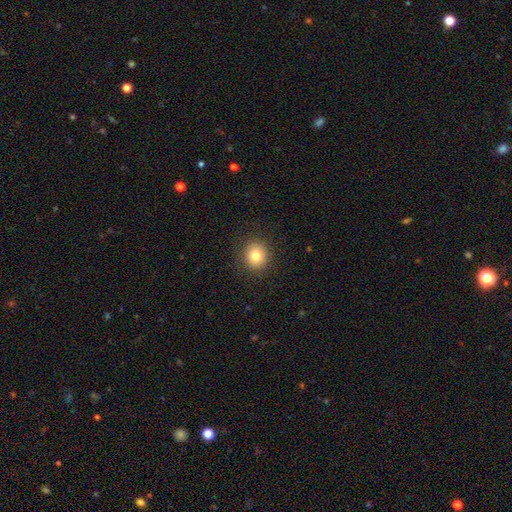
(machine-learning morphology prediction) Smooth or featured?
  - smooth: 81% *
  - star or artifact: 10%
  - featured or disk: 8%
How rounded?
  - round: 82% *
  - in between: 18%
  - cigar-shaped: 1%
Merging?
  - none: 90% *
  - minor disturbance: 7%
  - major disturbance: 2%
  - merger: 1%